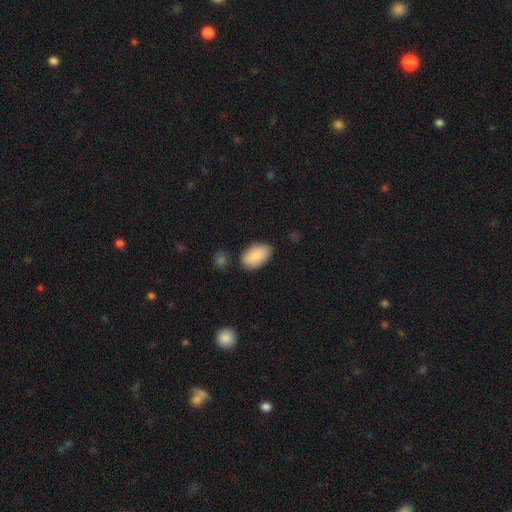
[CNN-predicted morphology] Smooth or featured? smooth (86%)
How rounded? in between (93%)
Merging? none (77%)